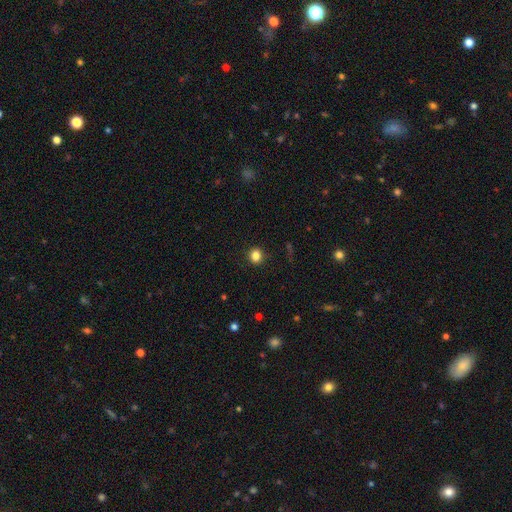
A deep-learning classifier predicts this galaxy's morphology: A smooth galaxy with no disk features (84%) that is round (81%). Merging: none (90%).